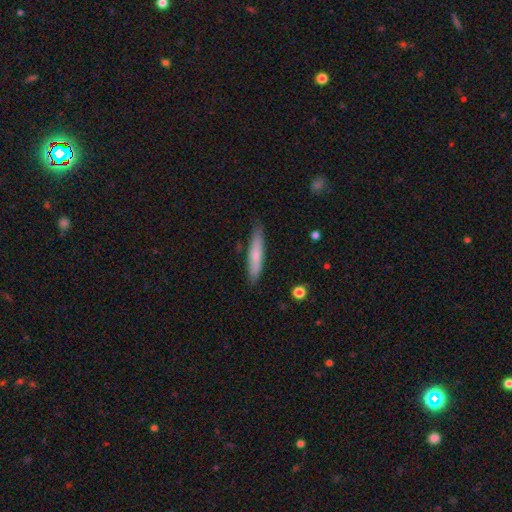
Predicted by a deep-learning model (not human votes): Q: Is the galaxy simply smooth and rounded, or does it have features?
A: smooth — 67%.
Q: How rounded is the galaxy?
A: cigar-shaped — 89%.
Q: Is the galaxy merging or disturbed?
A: none — 85%.